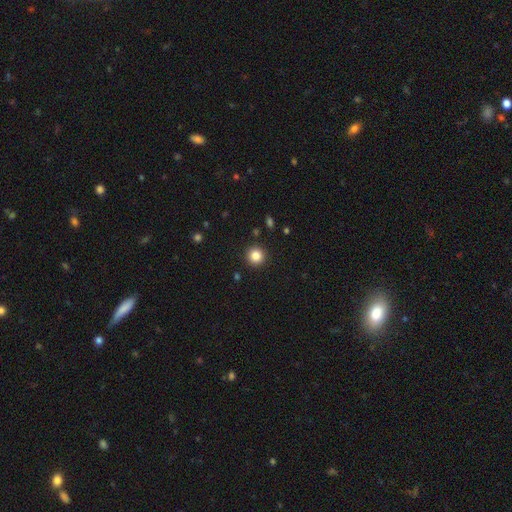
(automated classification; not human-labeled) smooth-or-featured: smooth: 85% | star or artifact: 11% | featured or disk: 5%
  how-rounded: round: 95% | in between: 4% | cigar-shaped: 1%
  merging: none: 92% | minor disturbance: 5% | major disturbance: 2% | merger: 1%